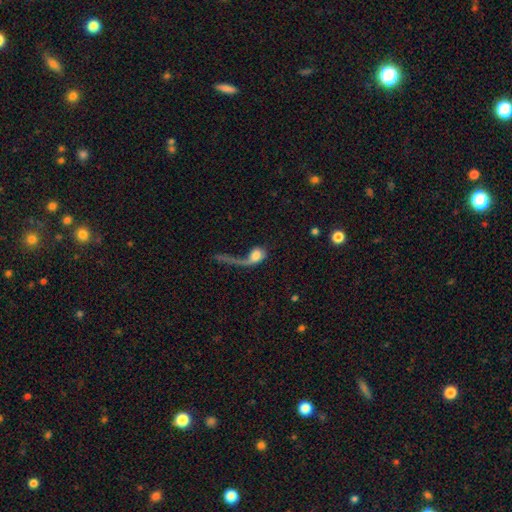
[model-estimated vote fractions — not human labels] A smooth galaxy with no disk features (51%) that is in between round and cigar-shaped (54%). Merging: major disturbance (60%).